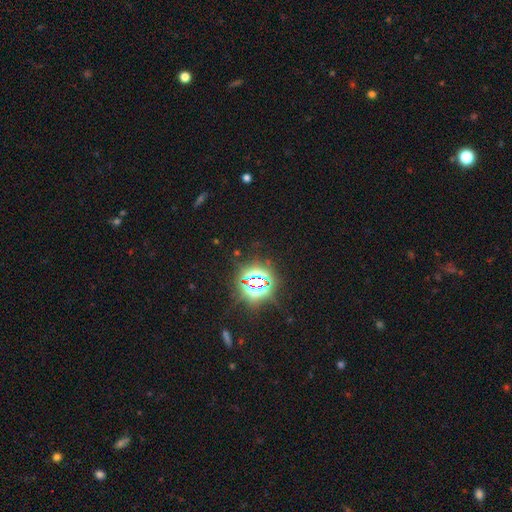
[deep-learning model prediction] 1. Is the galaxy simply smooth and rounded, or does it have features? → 80% star or artifact, 12% smooth, 8% featured or disk.